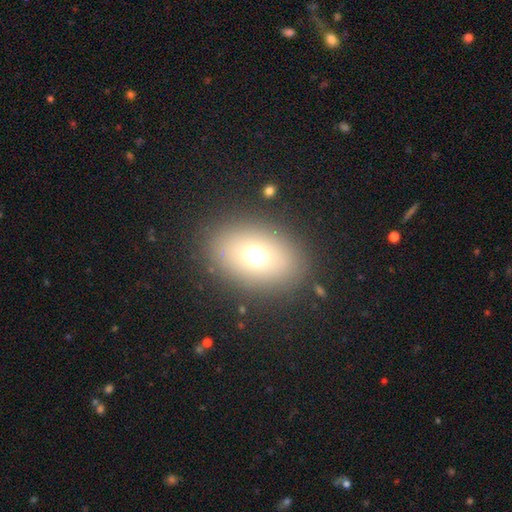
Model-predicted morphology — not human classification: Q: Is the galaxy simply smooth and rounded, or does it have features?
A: smooth — 67%.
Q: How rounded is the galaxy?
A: in between — 68%.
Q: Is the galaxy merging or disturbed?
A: none — 85%.